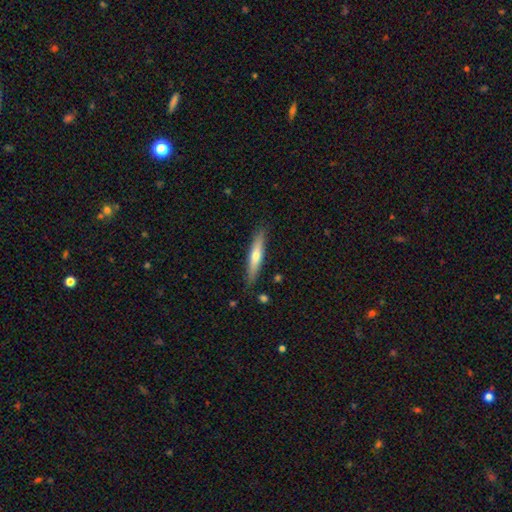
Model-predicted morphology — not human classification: A smooth galaxy with no disk features (56%) that is cigar-shaped (87%).

Vote fractions:
- Smooth or featured? smooth: 56% / featured or disk: 38% / star or artifact: 6%
- How rounded? cigar-shaped: 87% / in between: 12% / round: 1%
- Merging? none: 87% / minor disturbance: 10% / major disturbance: 2% / merger: 2%